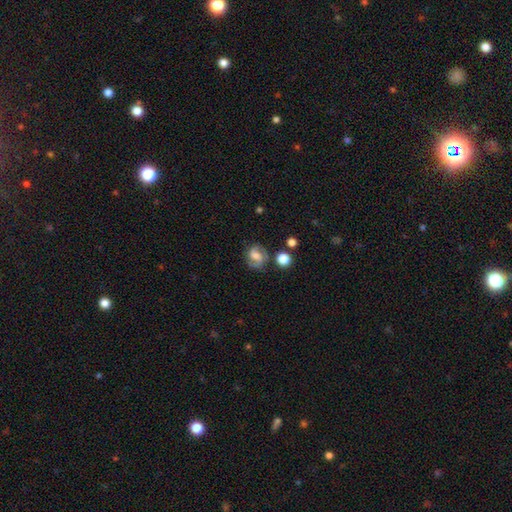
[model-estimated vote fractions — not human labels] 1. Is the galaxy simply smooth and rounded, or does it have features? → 50% featured or disk, 40% smooth, 10% star or artifact.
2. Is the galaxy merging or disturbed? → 68% none, 18% minor disturbance, 8% major disturbance, 6% merger.